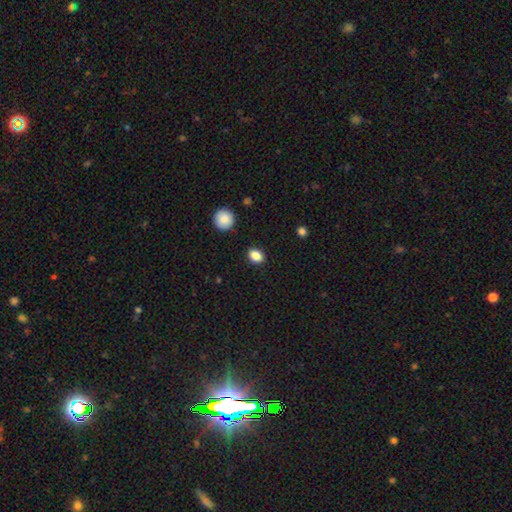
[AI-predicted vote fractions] smooth-or-featured: smooth: 86% | star or artifact: 10% | featured or disk: 4%
  how-rounded: in between: 63% | round: 36% | cigar-shaped: 1%
  merging: none: 89% | minor disturbance: 8% | major disturbance: 2% | merger: 1%